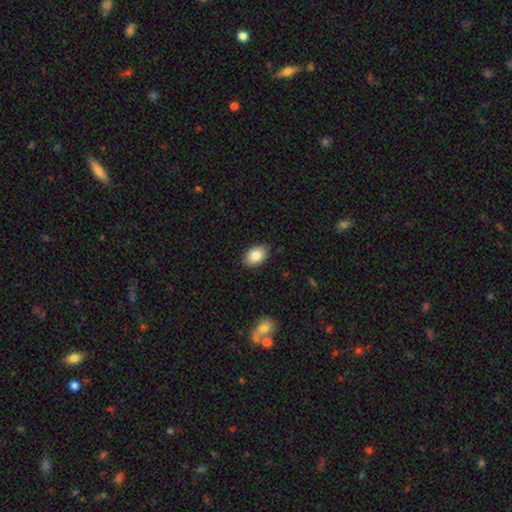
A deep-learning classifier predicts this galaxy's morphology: A smooth galaxy with no disk features (85%) that is in between round and cigar-shaped (89%). Merging: none (88%).